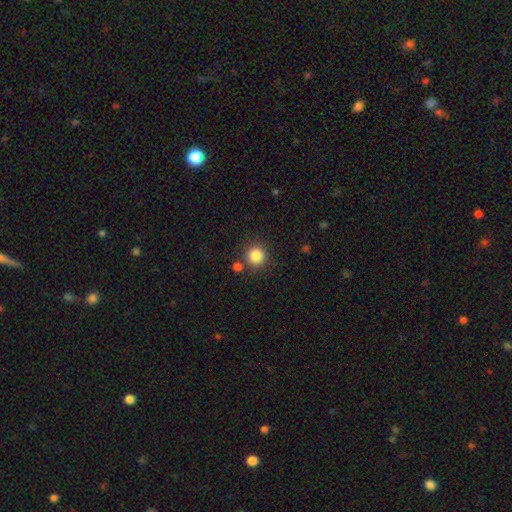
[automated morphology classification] This is clearly a smooth galaxy (85%). How rounded: clearly round (94%). Merging: clearly none (81%).